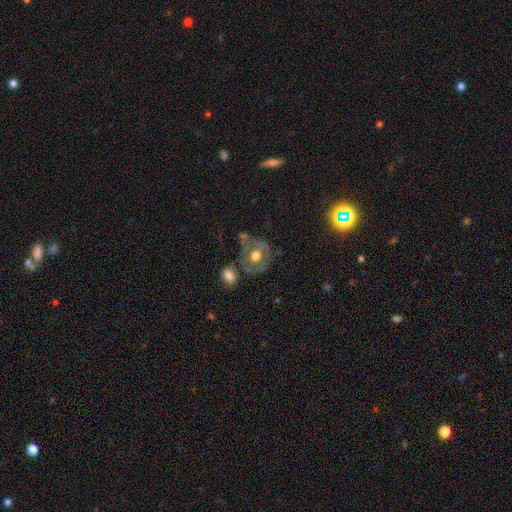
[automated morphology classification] This is possibly a featured or disk galaxy (50%). Merging: possibly none (59%).